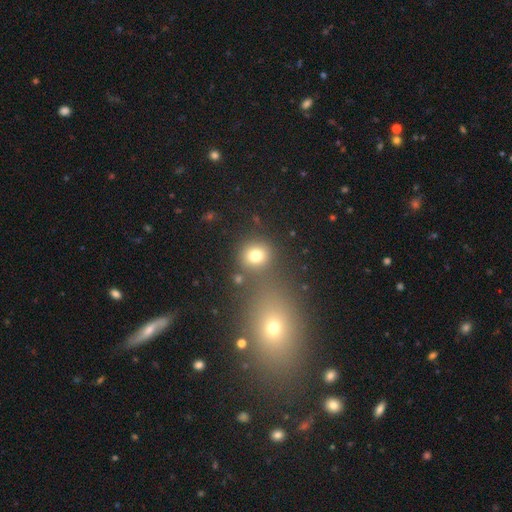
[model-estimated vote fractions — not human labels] Morphology: type=smooth (76%); roundness=round (83%); merging=none (74%).